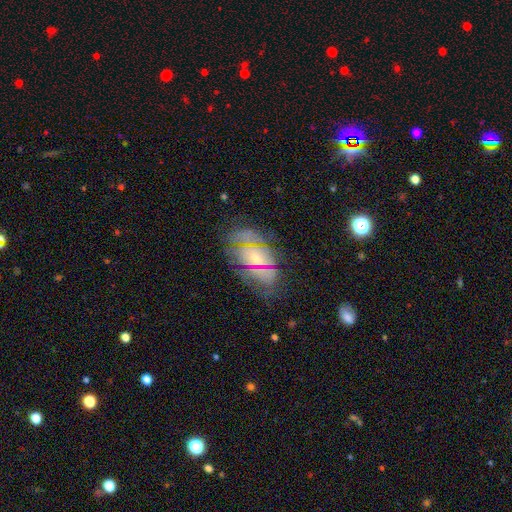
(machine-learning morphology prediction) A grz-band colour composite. It shows a featured or disk galaxy (63%) with no bar (56%), spiral arms (75%) and a small central bulge (50%). Merging: none (71%).